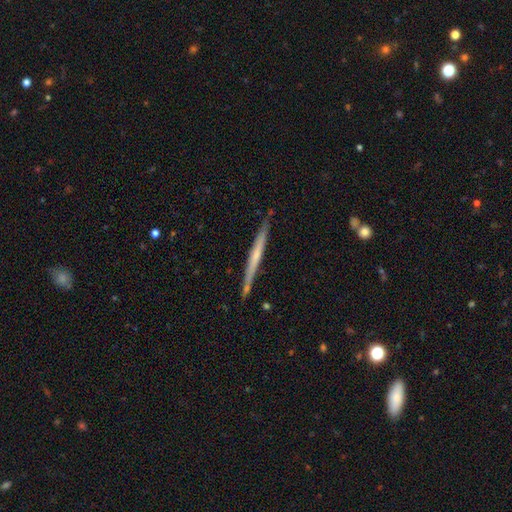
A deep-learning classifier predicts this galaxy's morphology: smooth-or-featured: featured or disk: 57% | smooth: 37% | star or artifact: 5%
  disk-edge-on: yes: 97% | no: 3%
    edge-on-bulge: none: 74% | rounded: 19% | boxy: 7%
  merging: none: 86% | minor disturbance: 10% | merger: 2% | major disturbance: 2%